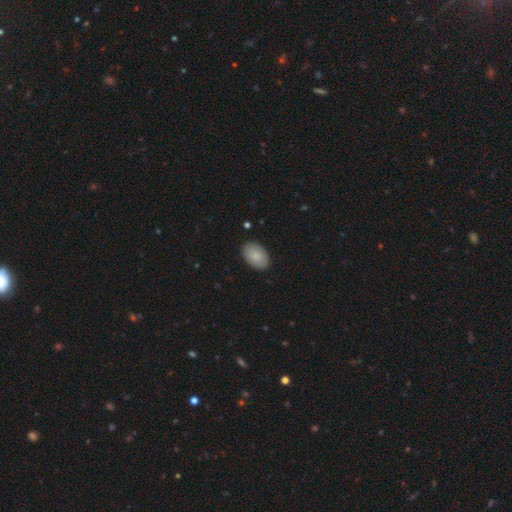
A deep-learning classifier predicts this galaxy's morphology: A smooth galaxy with no disk features (87%) that is in between round and cigar-shaped (91%).

Vote fractions:
- Smooth or featured? smooth: 87% / featured or disk: 7% / star or artifact: 6%
- How rounded? in between: 91% / round: 8% / cigar-shaped: 1%
- Merging? none: 88% / minor disturbance: 9% / major disturbance: 2% / merger: 1%